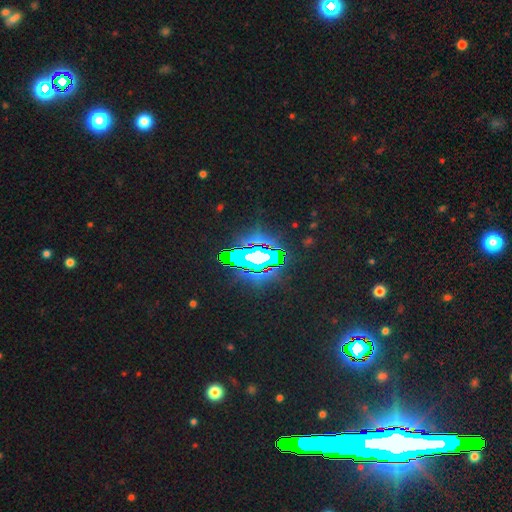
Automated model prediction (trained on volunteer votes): Smooth or featured? star or artifact (70%)